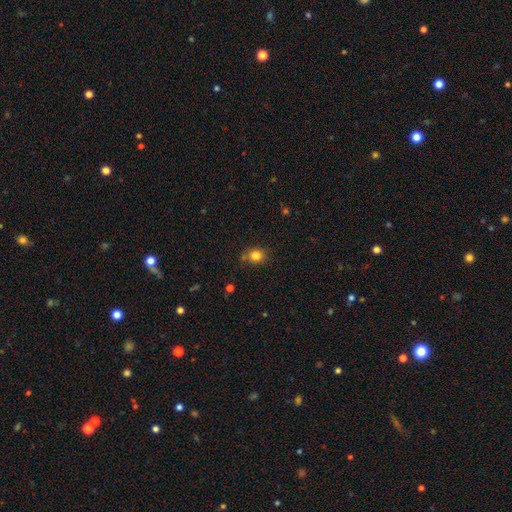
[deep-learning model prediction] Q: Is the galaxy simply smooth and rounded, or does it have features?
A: smooth — 82%.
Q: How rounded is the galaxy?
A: round — 75%.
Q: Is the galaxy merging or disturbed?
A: none — 75%.